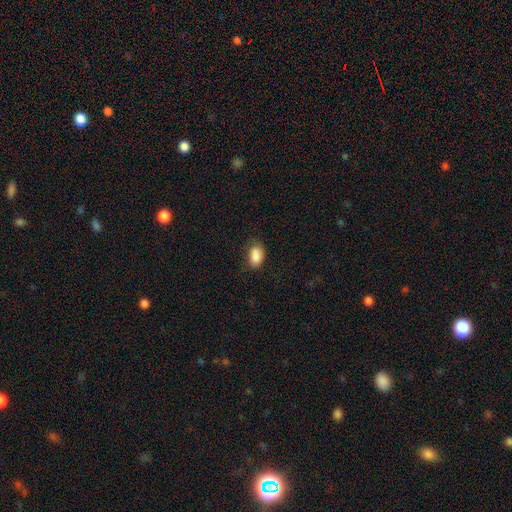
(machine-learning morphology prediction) type=smooth (87%); roundness=in between (91%); merging=none (64%).